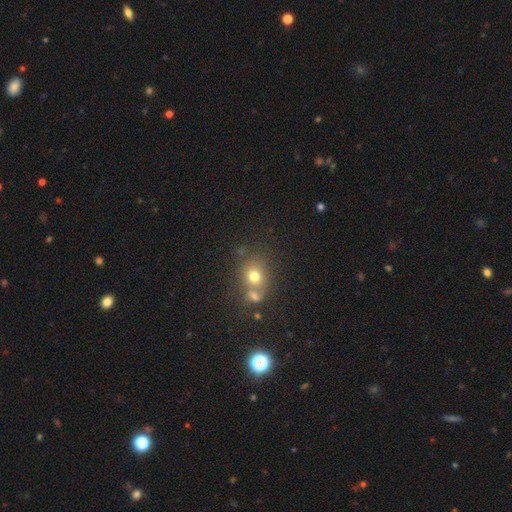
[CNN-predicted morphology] smooth 52%, star or artifact 38%, featured or disk 10%. Down the decision tree: how rounded — round (78%); merging — none (63%).